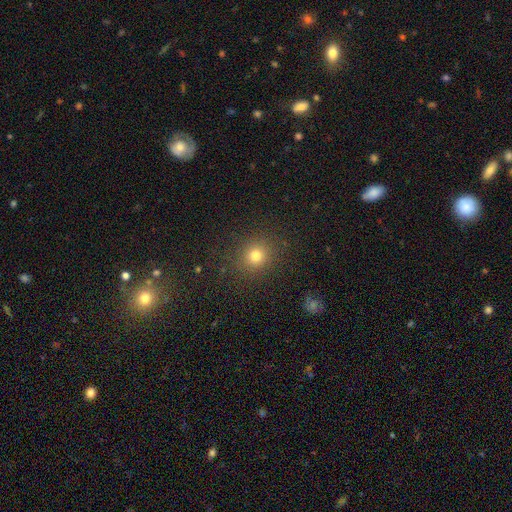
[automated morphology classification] Smooth or featured: smooth — 77% (star or artifact — 16%)
How rounded: round — 86% (in between — 13%)
Merging: none — 87% (minor disturbance — 8%)